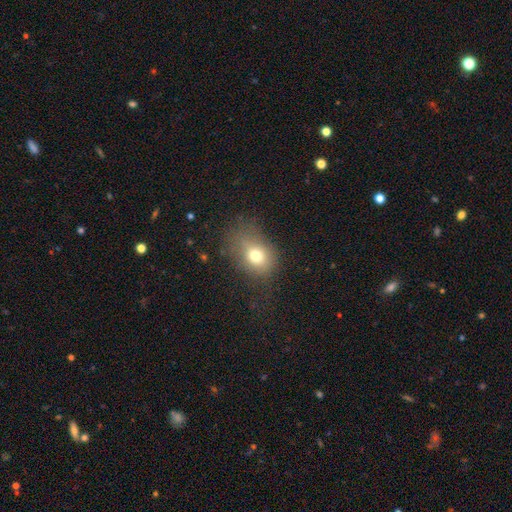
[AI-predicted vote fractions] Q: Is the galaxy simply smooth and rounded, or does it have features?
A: smooth — 73%.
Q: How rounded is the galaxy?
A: in between — 54%.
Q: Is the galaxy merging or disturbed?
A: none — 55%.